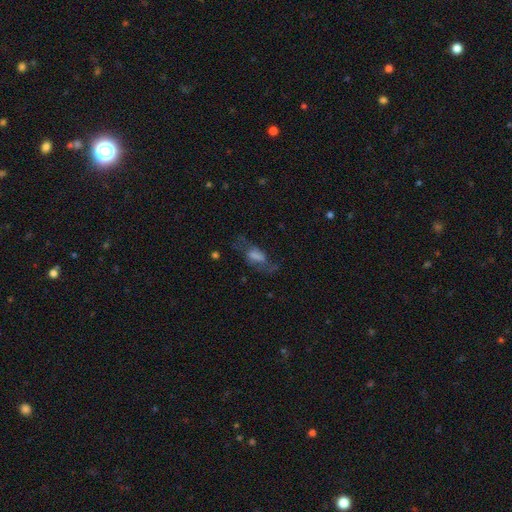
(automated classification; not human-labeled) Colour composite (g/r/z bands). It shows a featured or disk galaxy (54%). Merging: none (54%).